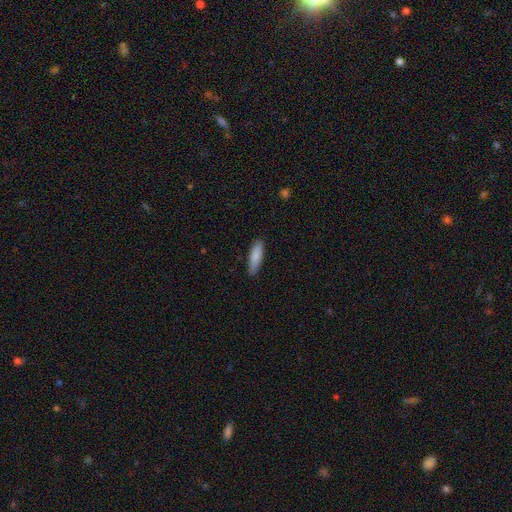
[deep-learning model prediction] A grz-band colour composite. It shows a smooth galaxy with no disk features (86%) that is cigar-shaped (61%). Merging: none (88%).